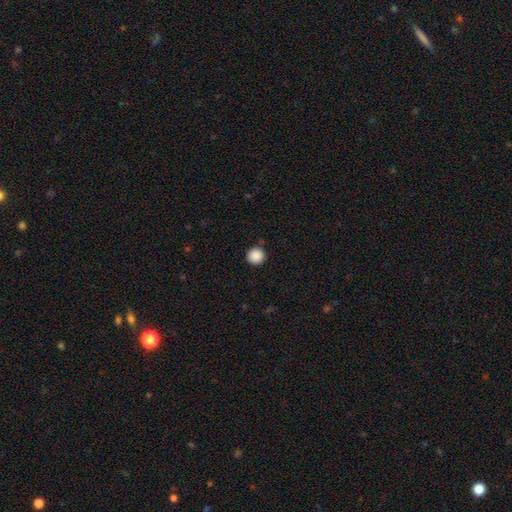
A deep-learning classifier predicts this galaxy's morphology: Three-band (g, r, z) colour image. It shows a smooth galaxy with no disk features (88%) that is round (95%). Merging: none (90%).